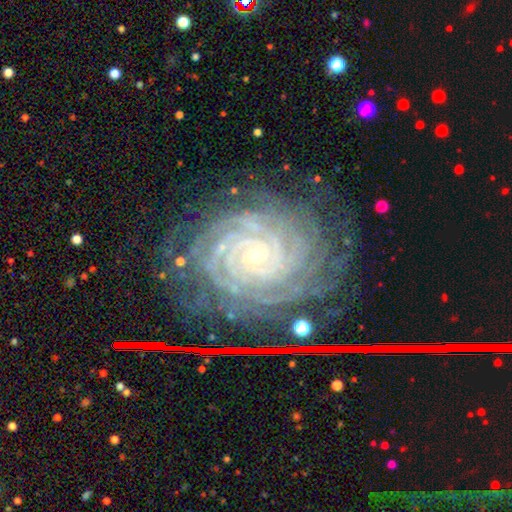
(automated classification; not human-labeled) Morphology: type=featured or disk (89%); edge-on=no (97%); bar=no (73%); spiral arms=yes (99%); winding=tight (89%); arm count=more than 4 (28%); bulge=small (86%); merging=none (78%).